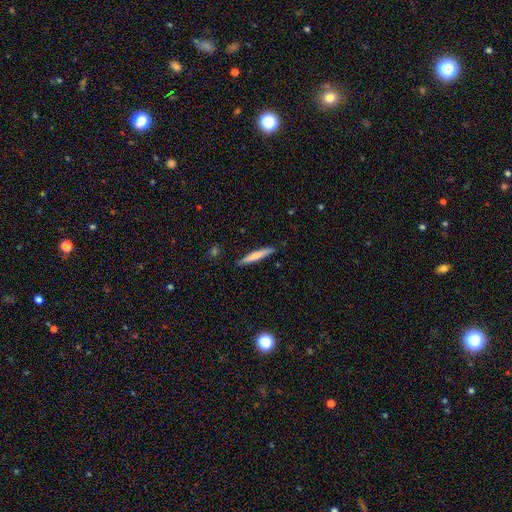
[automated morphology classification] smooth-or-featured: smooth: 66% | featured or disk: 29% | star or artifact: 6%
  how-rounded: cigar-shaped: 94% | in between: 5% | round: 1%
  merging: none: 88% | minor disturbance: 9% | major disturbance: 2% | merger: 1%